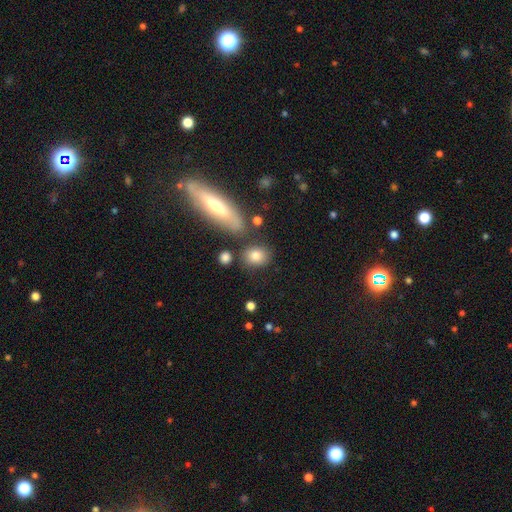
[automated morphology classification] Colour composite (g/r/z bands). It shows a smooth galaxy with no disk features (79%) that is round (53%). Merging: none (74%).